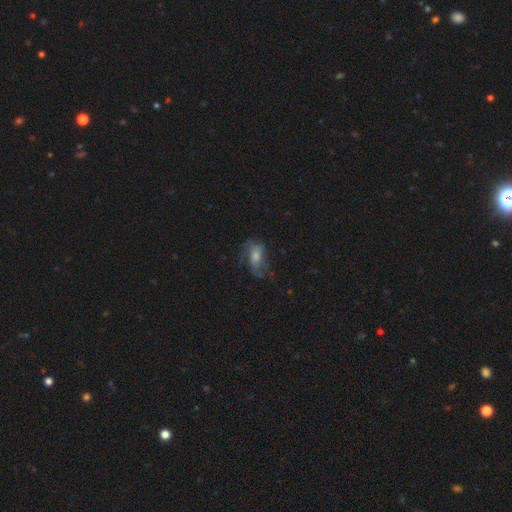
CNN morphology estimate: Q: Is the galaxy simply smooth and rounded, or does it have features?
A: smooth — 48%.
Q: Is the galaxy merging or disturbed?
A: none — 44%.